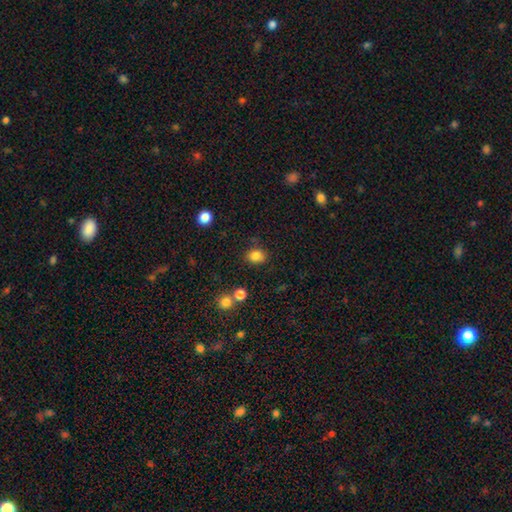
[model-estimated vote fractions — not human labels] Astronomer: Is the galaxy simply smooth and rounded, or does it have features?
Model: smooth — 84%.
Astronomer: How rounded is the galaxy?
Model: in between — 50% (runner-up: round, 49%).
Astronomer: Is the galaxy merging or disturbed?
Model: none — 80%.